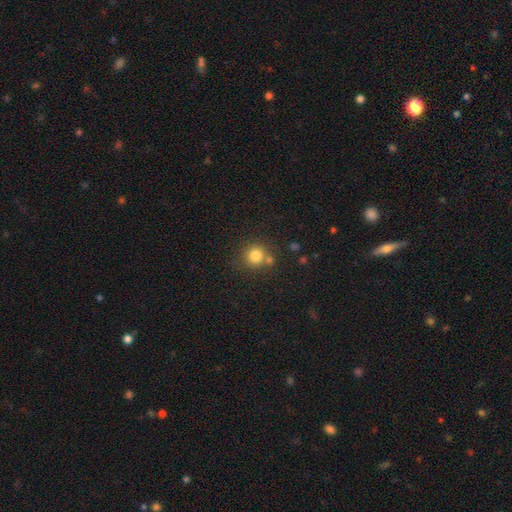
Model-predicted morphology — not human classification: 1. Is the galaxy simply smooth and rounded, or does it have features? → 81% smooth, 12% star or artifact, 7% featured or disk.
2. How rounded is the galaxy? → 90% round, 9% in between, 1% cigar-shaped.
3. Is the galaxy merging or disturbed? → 68% none, 19% merger, 10% minor disturbance, 3% major disturbance.